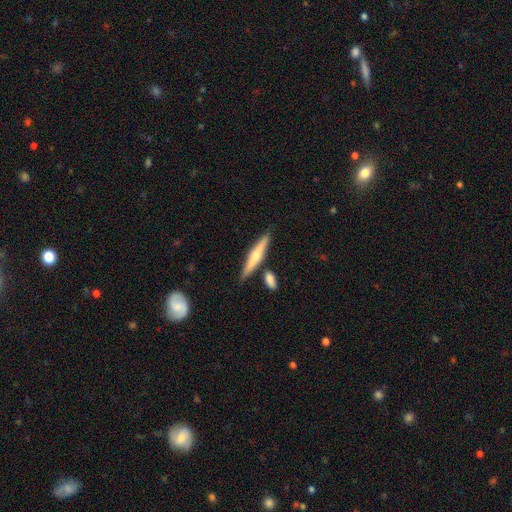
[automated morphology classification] This appears to be a featured or disk galaxy (51%) viewed edge-on (95%). Merging: none (78%).